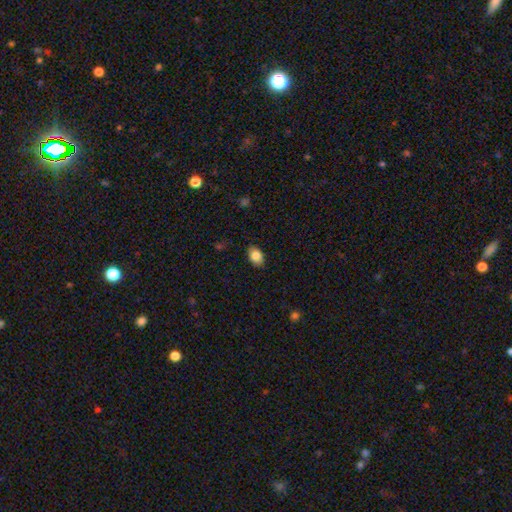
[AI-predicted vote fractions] A smooth galaxy with no disk features (84%) that is in between round and cigar-shaped (84%). Merging: none (86%).